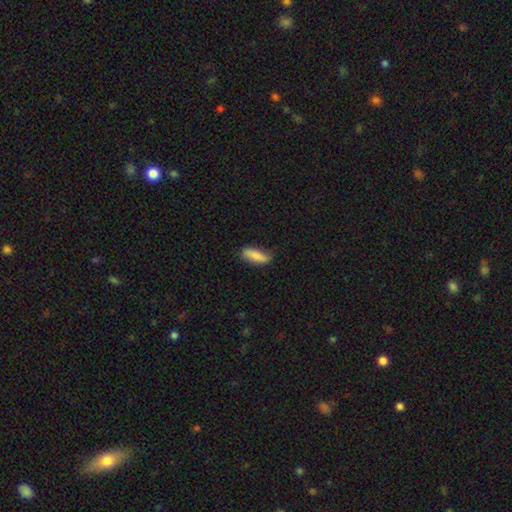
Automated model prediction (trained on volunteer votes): Smooth or featured?
  - smooth: 83% *
  - featured or disk: 11%
  - star or artifact: 6%
How rounded?
  - in between: 59% *
  - cigar-shaped: 39%
  - round: 2%
Merging?
  - none: 65% *
  - minor disturbance: 27%
  - major disturbance: 5%
  - merger: 2%